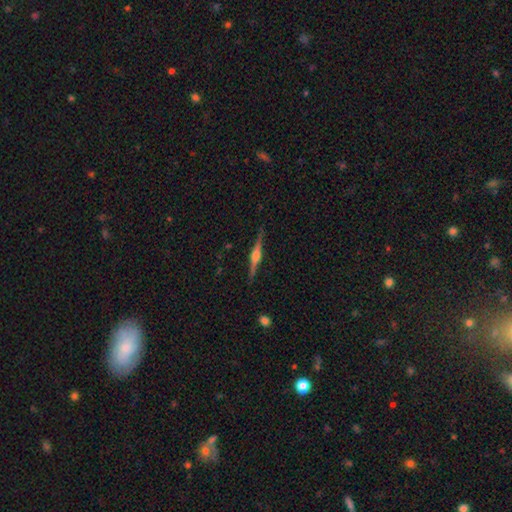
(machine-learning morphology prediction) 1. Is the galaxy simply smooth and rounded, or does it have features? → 84% featured or disk, 11% smooth, 6% star or artifact.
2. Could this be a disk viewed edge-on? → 98% yes, 2% no.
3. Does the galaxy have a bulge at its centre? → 88% rounded, 10% boxy, 2% none.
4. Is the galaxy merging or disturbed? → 89% none, 8% minor disturbance, 2% major disturbance, 1% merger.